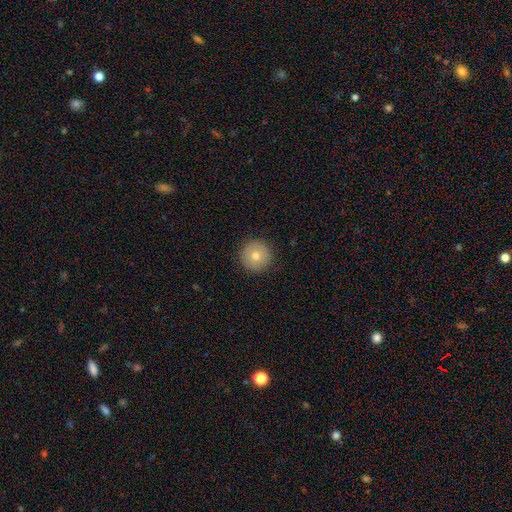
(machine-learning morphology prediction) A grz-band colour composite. It shows a smooth galaxy with no disk features (71%) that is round (97%). Merging: none (92%).